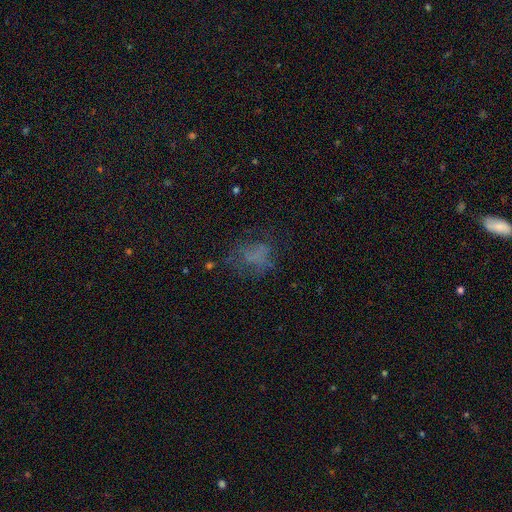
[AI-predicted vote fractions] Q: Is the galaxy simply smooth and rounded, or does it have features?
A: smooth — 48%.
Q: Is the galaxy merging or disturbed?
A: none — 52%.